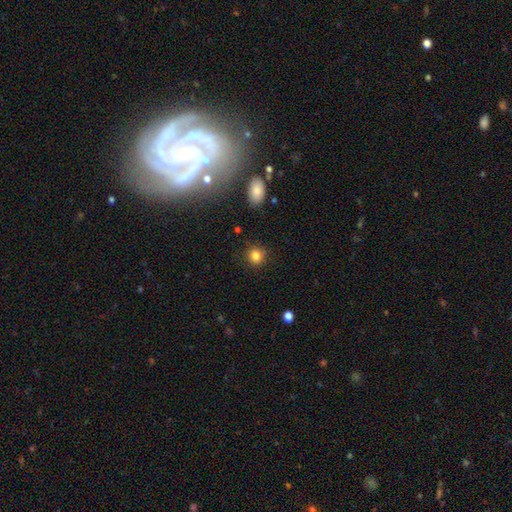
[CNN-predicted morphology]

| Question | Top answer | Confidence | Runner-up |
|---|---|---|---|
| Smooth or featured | smooth | 84% | star or artifact (11%) |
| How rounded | round | 86% | in between (12%) |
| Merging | none | 89% | minor disturbance (7%) |